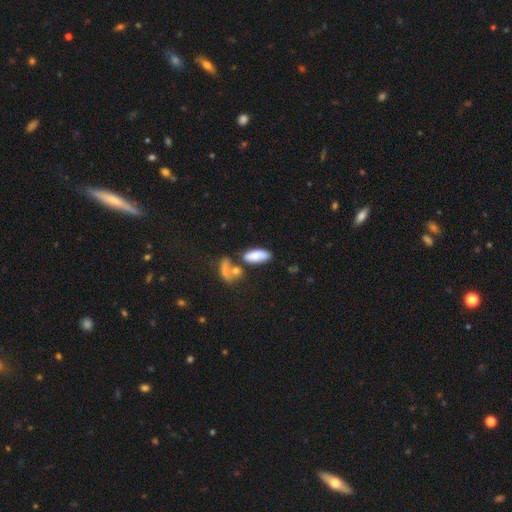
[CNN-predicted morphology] smooth_or_featured: smooth (p=0.79) [alt: featured or disk p=0.13]
how_rounded: in between (p=0.83) [alt: cigar-shaped p=0.14]
merging: none (p=0.50) [alt: merger p=0.26]